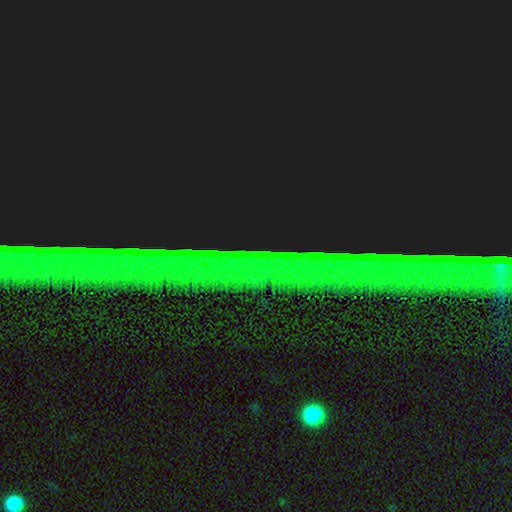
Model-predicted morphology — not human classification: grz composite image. It shows a star or artifact, not a galaxy (82%).